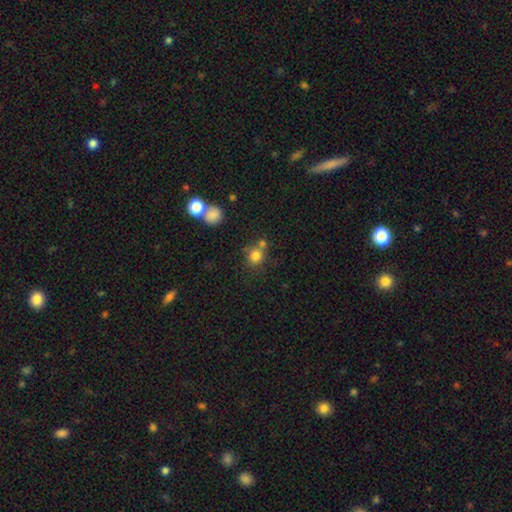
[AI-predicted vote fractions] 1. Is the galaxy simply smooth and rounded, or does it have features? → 79% smooth, 13% star or artifact, 8% featured or disk.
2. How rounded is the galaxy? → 85% round, 14% in between, 1% cigar-shaped.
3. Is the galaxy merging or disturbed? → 60% none, 25% merger, 11% minor disturbance, 5% major disturbance.